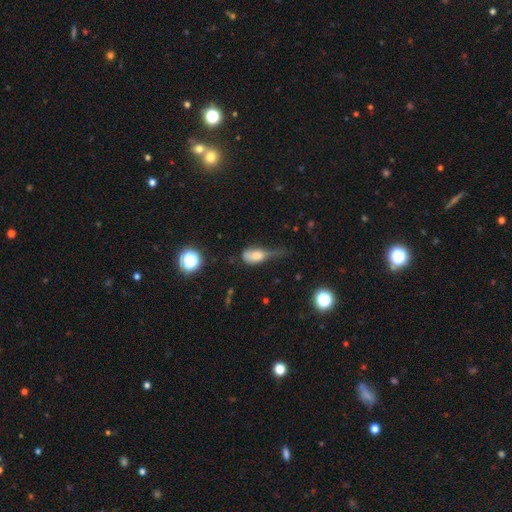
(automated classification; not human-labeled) Smooth or featured? Predicted: smooth (p=0.69). How rounded? Predicted: in between (p=0.76). Merging? Predicted: major disturbance (p=0.41).